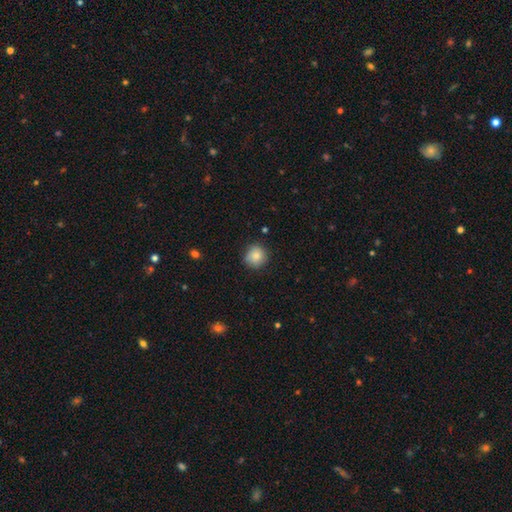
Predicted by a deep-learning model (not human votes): Q: Smooth or featured?
A: smooth (82%); runner-up: featured or disk (9%)
Q: How rounded?
A: round (91%); runner-up: in between (8%)
Q: Merging?
A: none (82%); runner-up: minor disturbance (14%)